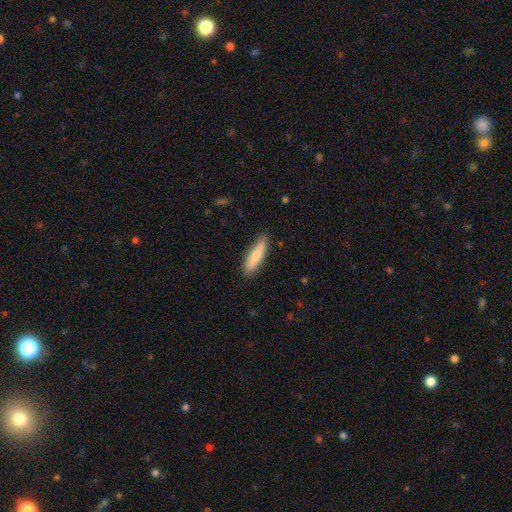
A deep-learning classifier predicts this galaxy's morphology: A smooth galaxy with no disk features (74%) that is cigar-shaped (59%).

Vote fractions:
- Smooth or featured? smooth: 74% / featured or disk: 20% / star or artifact: 5%
- How rounded? cigar-shaped: 59% / in between: 39% / round: 2%
- Merging? none: 84% / minor disturbance: 12% / major disturbance: 2% / merger: 1%